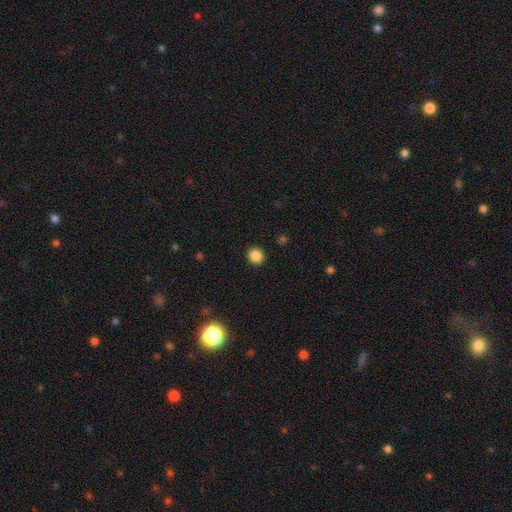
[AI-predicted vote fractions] smooth-or-featured: smooth: 86% | star or artifact: 11% | featured or disk: 3%
  how-rounded: round: 86% | in between: 13% | cigar-shaped: 1%
  merging: none: 92% | minor disturbance: 5% | major disturbance: 2% | merger: 1%